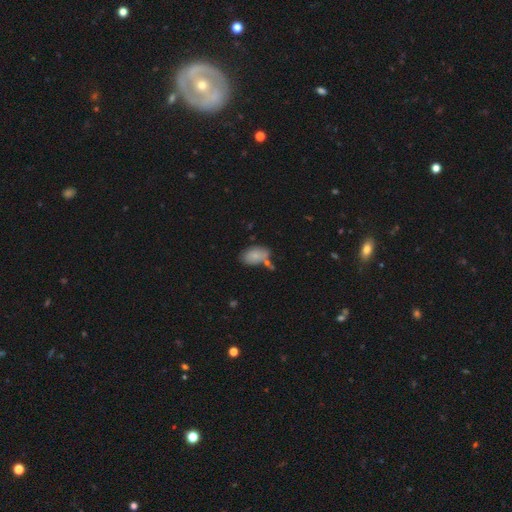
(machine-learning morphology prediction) Overall: smooth (81%). How rounded: in between (92%). Merging: none (60%; minor disturbance 21%).